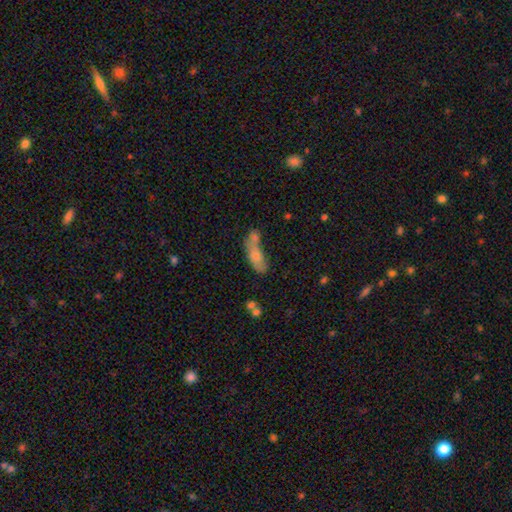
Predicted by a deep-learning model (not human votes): Overall: smooth (64%; featured or disk 25%). How rounded: in between (62%; cigar-shaped 32%). Merging: merger (44%; none 29%).